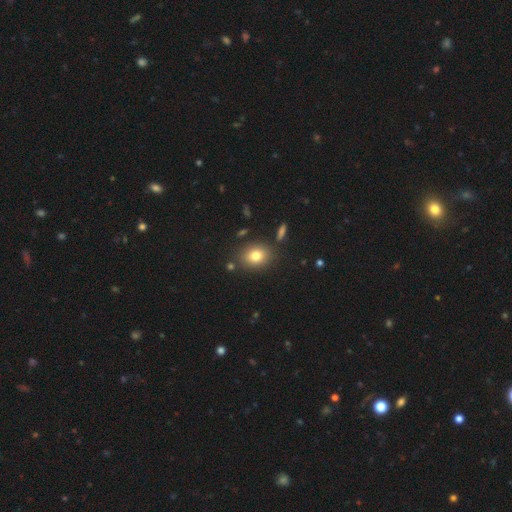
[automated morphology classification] The model was most divided on "how rounded": in between: 54%, round: 45%, cigar-shaped: 1%. More confident: merging — none (83%); smooth or featured — smooth (78%).